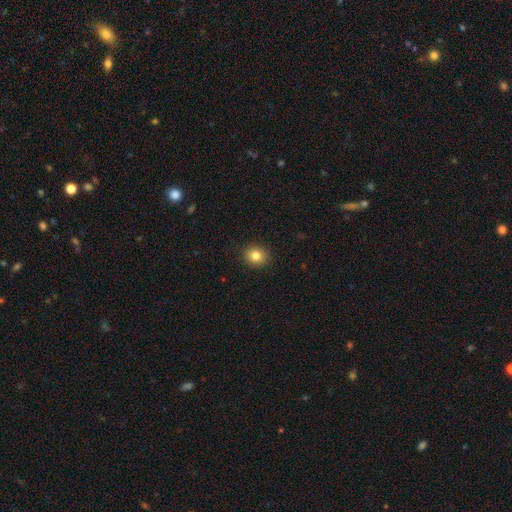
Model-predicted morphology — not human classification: Q: Smooth or featured?
A: smooth (82%); runner-up: star or artifact (10%)
Q: How rounded?
A: round (77%); runner-up: in between (22%)
Q: Merging?
A: none (91%); runner-up: minor disturbance (6%)